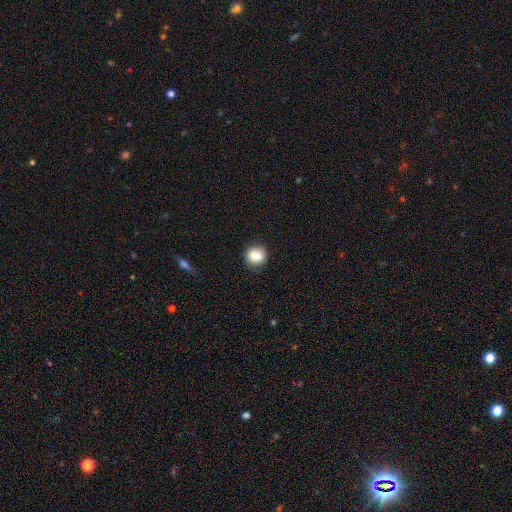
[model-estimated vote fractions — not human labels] Smooth or featured? Predicted: smooth (p=0.85). How rounded? Predicted: round (p=0.77). Merging? Predicted: none (p=0.84).